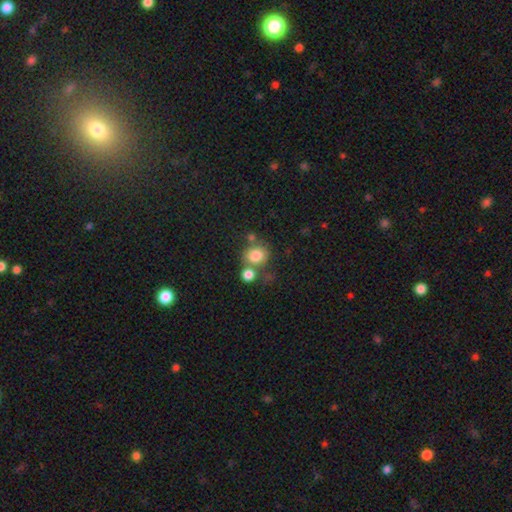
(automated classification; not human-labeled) A smooth galaxy with no disk features (80%) that is round (80%). Merging: none (54%).